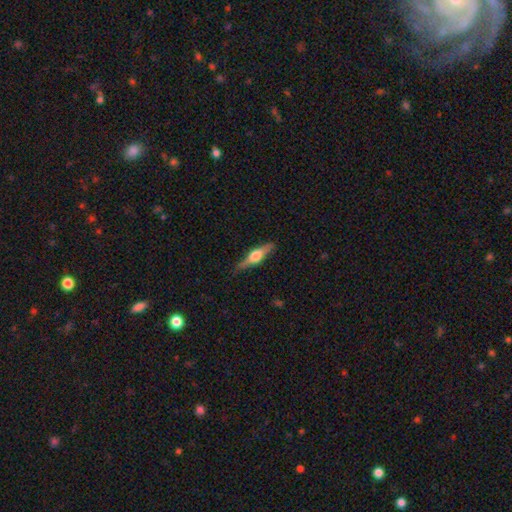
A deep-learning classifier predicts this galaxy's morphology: The model was most divided on "smooth or featured": featured or disk: 66%, smooth: 28%, star or artifact: 6%. More confident: edge-on disk — yes (96%); edge-on bulge — rounded (94%); merging — none (86%).